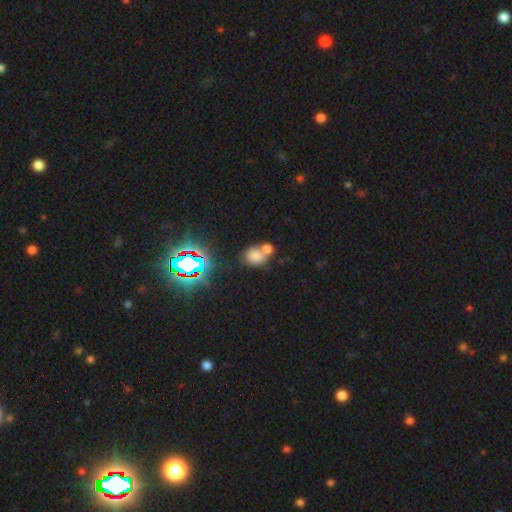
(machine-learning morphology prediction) Q: Smooth or featured?
A: smooth (68%); runner-up: star or artifact (22%)
Q: How rounded?
A: round (62%); runner-up: in between (37%)
Q: Merging?
A: merger (51%); runner-up: none (36%)